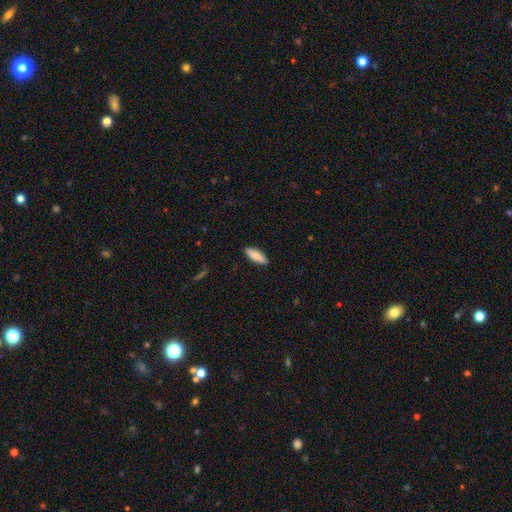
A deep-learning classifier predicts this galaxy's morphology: Smooth or featured?
  - smooth: 80% *
  - featured or disk: 14%
  - star or artifact: 6%
How rounded?
  - in between: 54% *
  - cigar-shaped: 44%
  - round: 2%
Merging?
  - none: 88% *
  - minor disturbance: 9%
  - major disturbance: 2%
  - merger: 1%